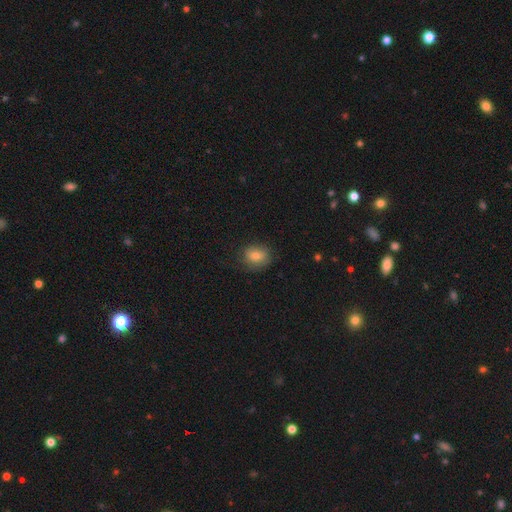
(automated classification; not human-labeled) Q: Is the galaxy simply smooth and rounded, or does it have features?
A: smooth — 74%.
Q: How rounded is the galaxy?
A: round — 54%.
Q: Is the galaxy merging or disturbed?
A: none — 73%.